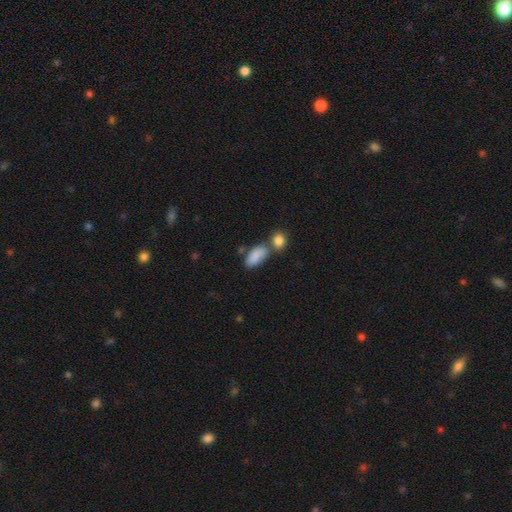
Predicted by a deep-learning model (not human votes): This appears to be a smooth galaxy with no disk features (87%) that is in between round and cigar-shaped (91%). Merging: none (46%).